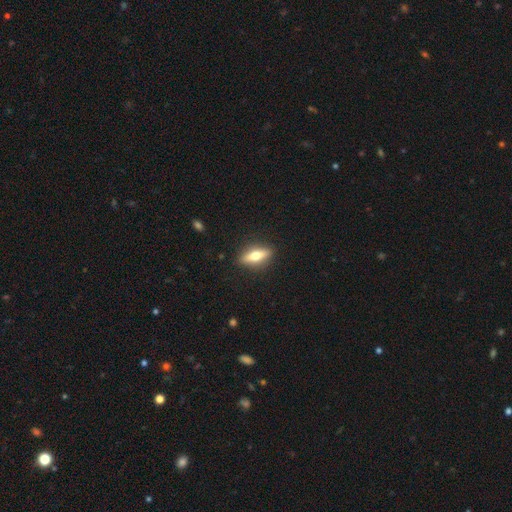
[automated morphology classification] Smooth or featured?
  - smooth: 48% *
  - featured or disk: 46%
  - star or artifact: 6%
Merging?
  - none: 88% *
  - minor disturbance: 8%
  - major disturbance: 2%
  - merger: 1%